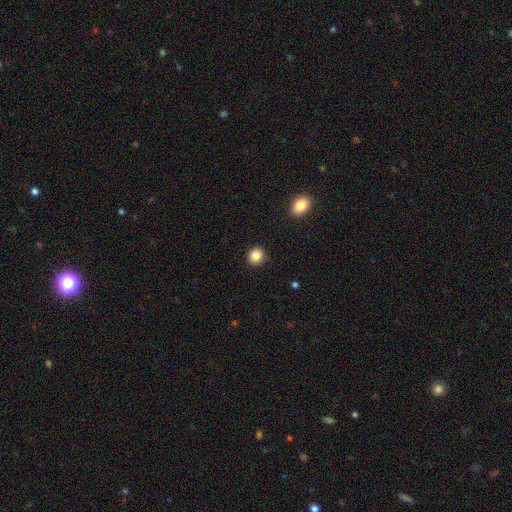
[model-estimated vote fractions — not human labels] A smooth galaxy with no disk features (85%) that is round (85%).

Vote fractions:
- Smooth or featured? smooth: 85% / star or artifact: 10% / featured or disk: 5%
- How rounded? round: 85% / in between: 14% / cigar-shaped: 1%
- Merging? none: 89% / minor disturbance: 7% / major disturbance: 2% / merger: 1%